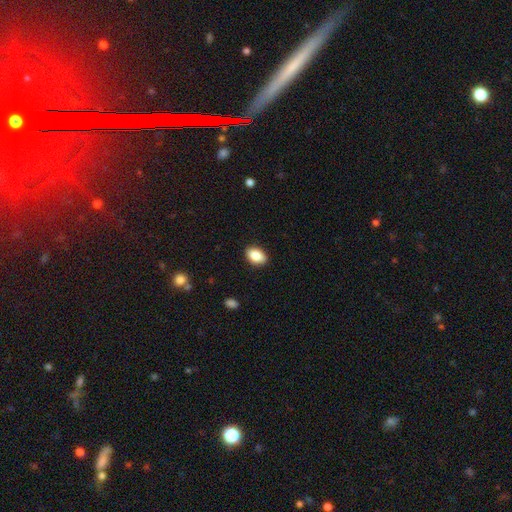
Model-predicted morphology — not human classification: Smooth or featured? Predicted: smooth (p=0.87). How rounded? Predicted: in between (p=0.85). Merging? Predicted: none (p=0.88).